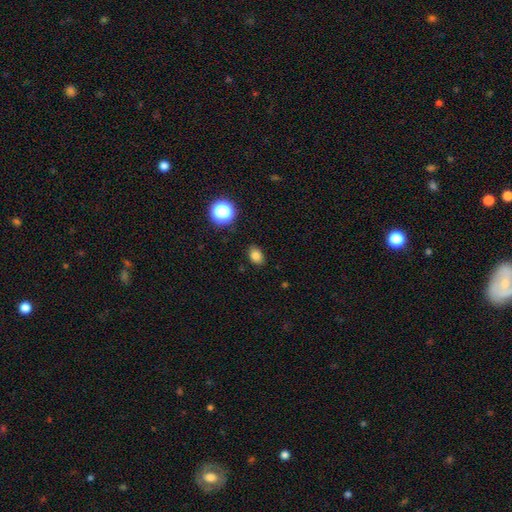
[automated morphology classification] type=smooth (81%); roundness=in between (68%); merging=none (86%).